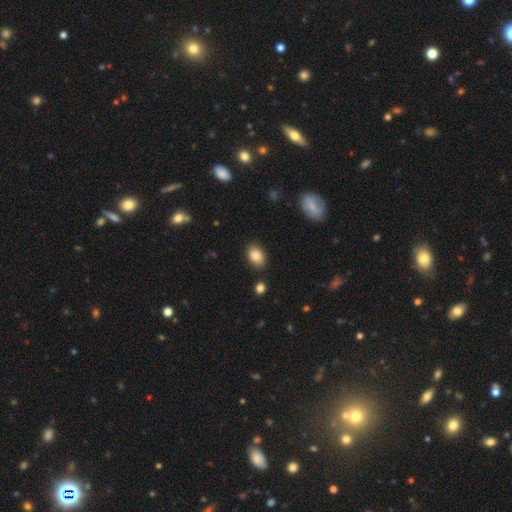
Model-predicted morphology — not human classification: This appears to be a smooth galaxy with no disk features (86%) that is in between round and cigar-shaped (81%). Merging: none (85%).